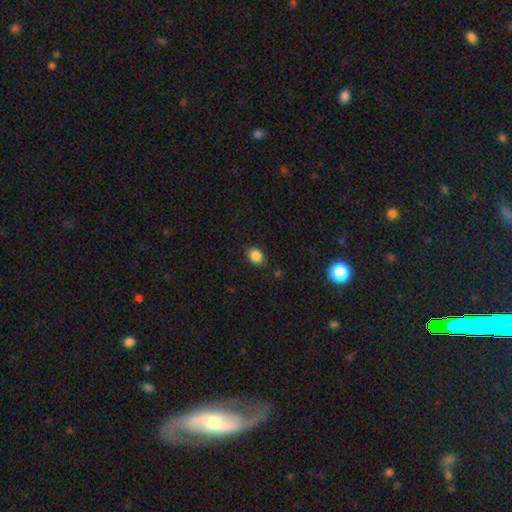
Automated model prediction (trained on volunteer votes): The model was most divided on "how rounded": in between: 66%, round: 33%, cigar-shaped: 1%. More confident: smooth or featured — smooth (86%); merging — none (84%).